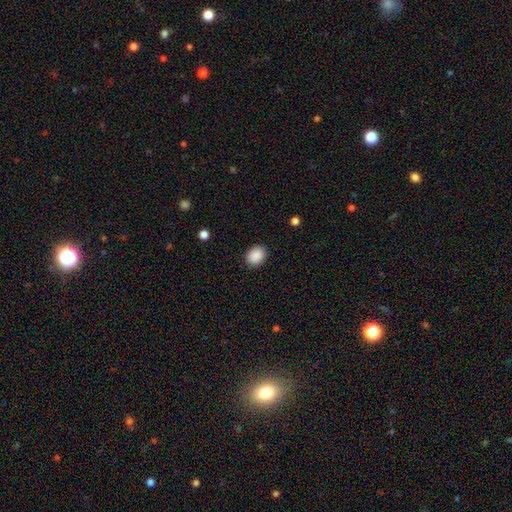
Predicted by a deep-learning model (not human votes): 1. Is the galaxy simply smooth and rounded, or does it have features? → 89% smooth, 8% star or artifact, 3% featured or disk.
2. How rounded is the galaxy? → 51% in between, 48% round, 1% cigar-shaped.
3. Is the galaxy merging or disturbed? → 89% none, 8% minor disturbance, 2% major disturbance, 1% merger.